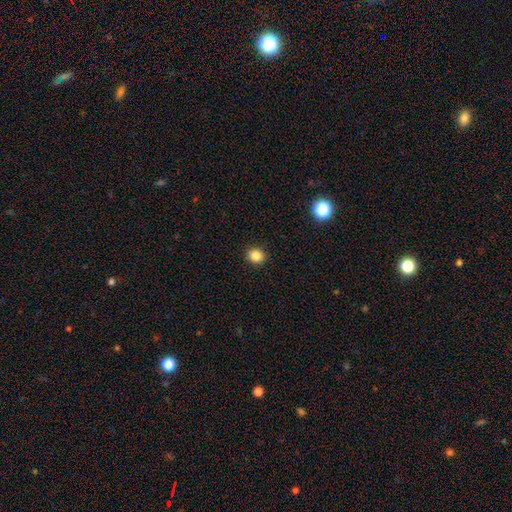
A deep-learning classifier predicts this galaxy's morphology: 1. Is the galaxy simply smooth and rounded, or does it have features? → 85% smooth, 11% star or artifact, 4% featured or disk.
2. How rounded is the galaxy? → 69% round, 30% in between, 1% cigar-shaped.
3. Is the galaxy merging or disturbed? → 91% none, 6% minor disturbance, 2% major disturbance, 1% merger.